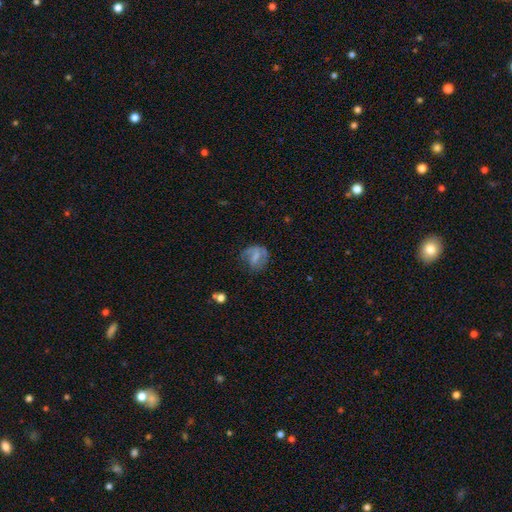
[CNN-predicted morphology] type=featured or disk (45%, tied with smooth); merging=none (46%).